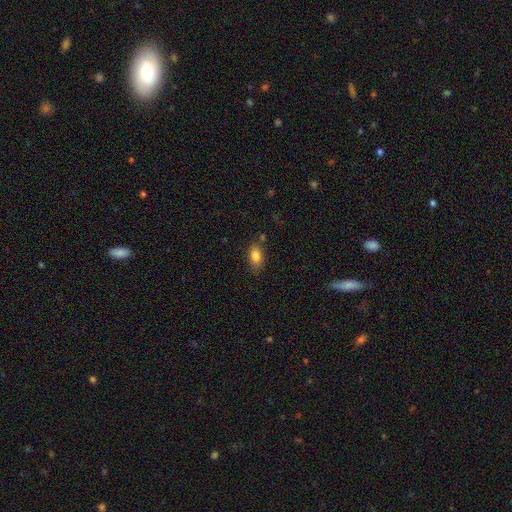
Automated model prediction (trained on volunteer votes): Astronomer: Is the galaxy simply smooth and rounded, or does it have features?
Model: smooth — 83%.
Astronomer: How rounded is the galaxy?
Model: in between — 87%.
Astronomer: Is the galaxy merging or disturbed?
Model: none — 74%.